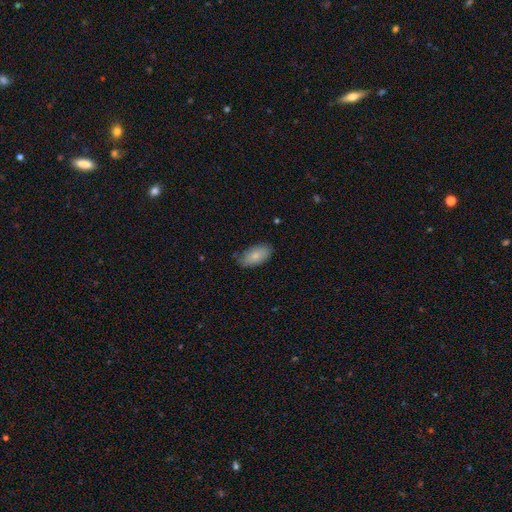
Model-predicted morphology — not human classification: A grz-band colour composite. It shows a smooth galaxy with no disk features (83%) that is in between round and cigar-shaped (93%). Merging: none (74%).